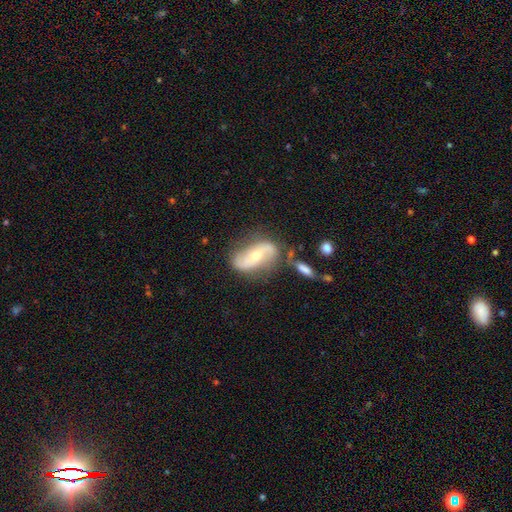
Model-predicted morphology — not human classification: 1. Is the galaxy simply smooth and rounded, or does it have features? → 78% featured or disk, 16% smooth, 6% star or artifact.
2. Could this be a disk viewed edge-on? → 93% no, 7% yes.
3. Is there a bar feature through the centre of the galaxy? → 43% no, 29% weak, 28% strong.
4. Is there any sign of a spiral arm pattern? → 90% yes, 10% no.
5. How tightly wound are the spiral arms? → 61% loose, 27% medium, 12% tight.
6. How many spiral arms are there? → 90% 2, 5% can't tell, 2% 1, 1% 3, 1% 4, 1% more than 4.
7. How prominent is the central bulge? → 53% moderate, 42% small, 3% large, 1% none, 1% dominant.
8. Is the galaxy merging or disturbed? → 64% none, 19% minor disturbance, 9% merger, 8% major disturbance.